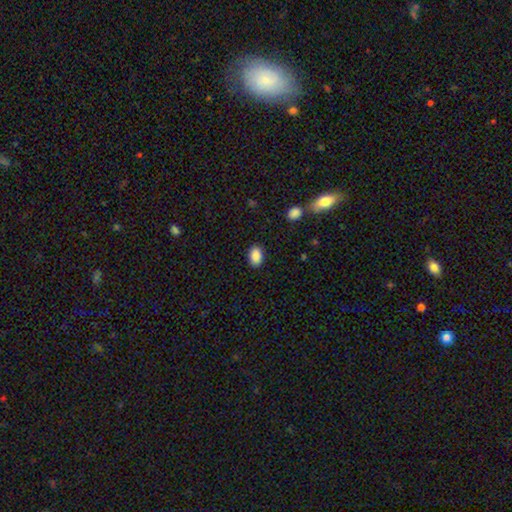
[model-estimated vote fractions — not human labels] smooth_or_featured: smooth (p=0.88) [alt: star or artifact p=0.08]
how_rounded: in between (p=0.83) [alt: round p=0.15]
merging: none (p=0.87) [alt: minor disturbance p=0.09]